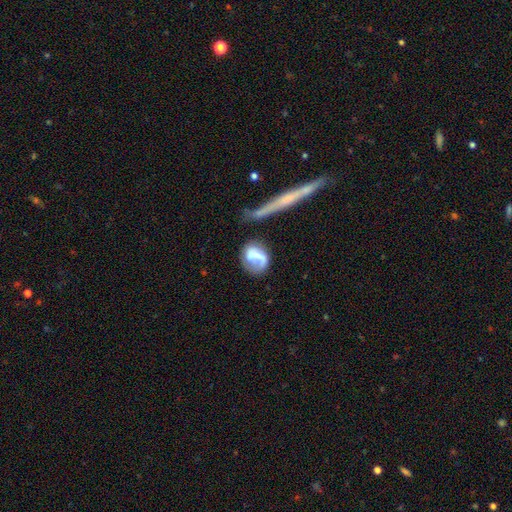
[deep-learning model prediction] Q: Smooth or featured?
A: smooth (48%); runner-up: featured or disk (44%)
Q: Merging?
A: none (43%); runner-up: major disturbance (24%)